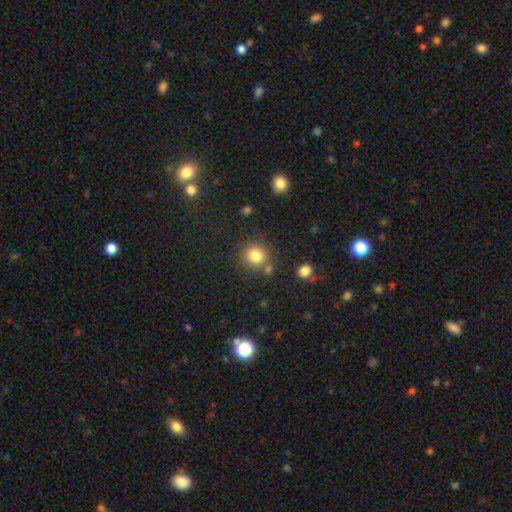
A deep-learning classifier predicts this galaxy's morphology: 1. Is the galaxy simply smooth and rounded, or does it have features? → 82% smooth, 12% star or artifact, 6% featured or disk.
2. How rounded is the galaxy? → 87% round, 12% in between, 1% cigar-shaped.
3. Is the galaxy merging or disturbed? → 73% none, 12% merger, 11% minor disturbance, 4% major disturbance.